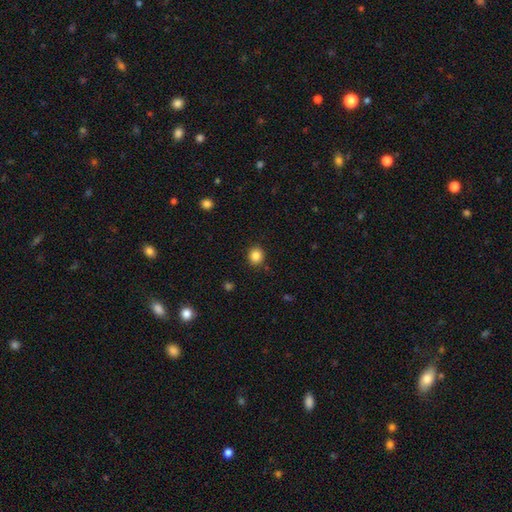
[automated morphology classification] A smooth galaxy with no disk features (85%) that is round (84%).

Vote fractions:
- Smooth or featured? smooth: 85% / star or artifact: 11% / featured or disk: 4%
- How rounded? round: 84% / in between: 15% / cigar-shaped: 1%
- Merging? none: 89% / minor disturbance: 7% / major disturbance: 2% / merger: 1%